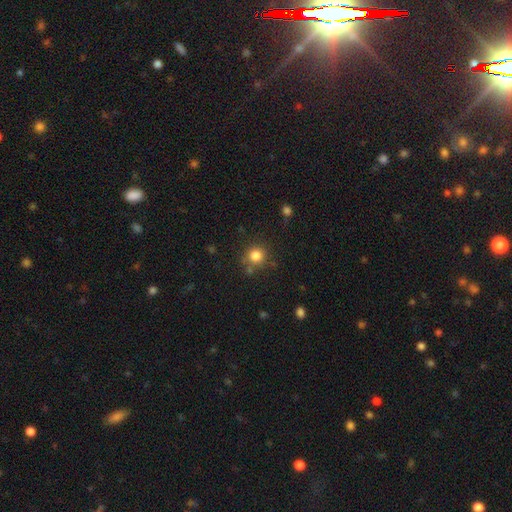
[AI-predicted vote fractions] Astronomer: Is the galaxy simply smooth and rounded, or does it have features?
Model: smooth — 82%.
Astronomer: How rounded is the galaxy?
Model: round — 91%.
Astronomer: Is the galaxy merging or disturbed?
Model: none — 78%.